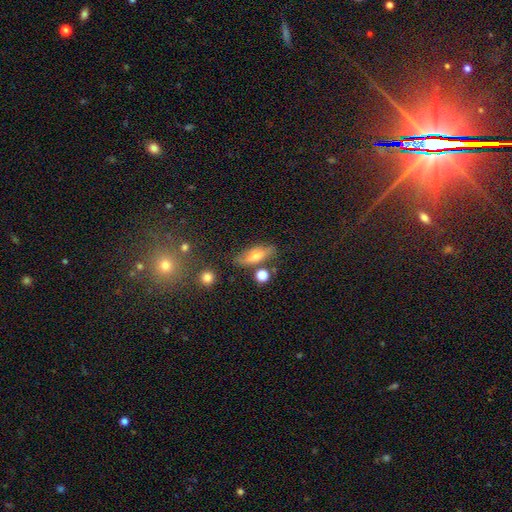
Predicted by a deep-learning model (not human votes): Smooth or featured? smooth (56%)
How rounded? in between (58%)
Merging? none (70%)